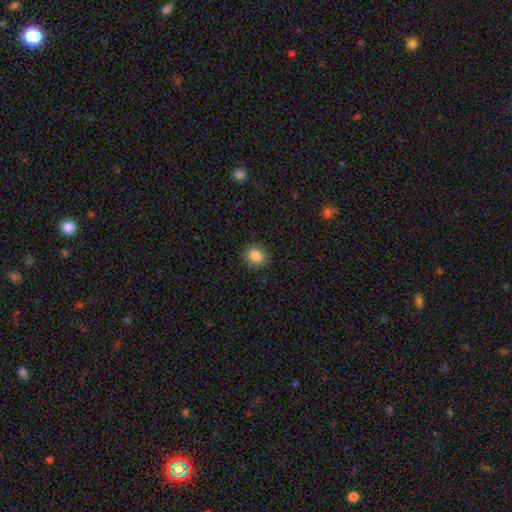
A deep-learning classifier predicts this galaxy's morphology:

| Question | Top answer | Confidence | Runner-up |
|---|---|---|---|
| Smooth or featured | smooth | 84% | star or artifact (9%) |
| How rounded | round | 73% | in between (26%) |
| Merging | none | 86% | minor disturbance (11%) |